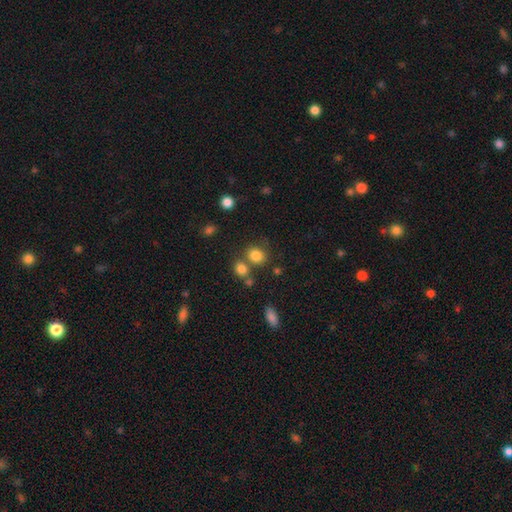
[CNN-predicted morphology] smooth-or-featured: smooth: 81% | star or artifact: 12% | featured or disk: 6%
  how-rounded: round: 63% | in between: 36% | cigar-shaped: 1%
  merging: none: 63% | merger: 21% | minor disturbance: 11% | major disturbance: 5%